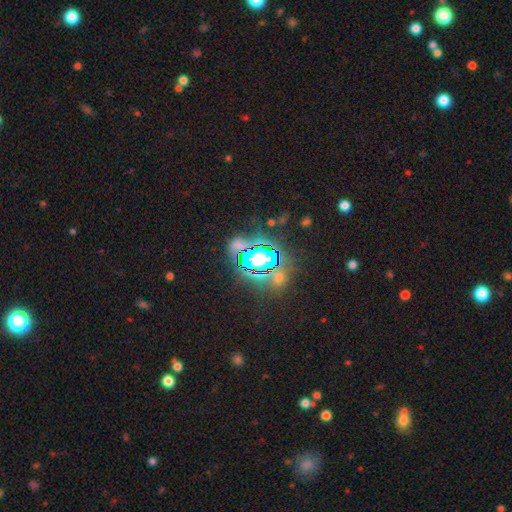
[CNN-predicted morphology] A star or artifact, not a galaxy (78%).